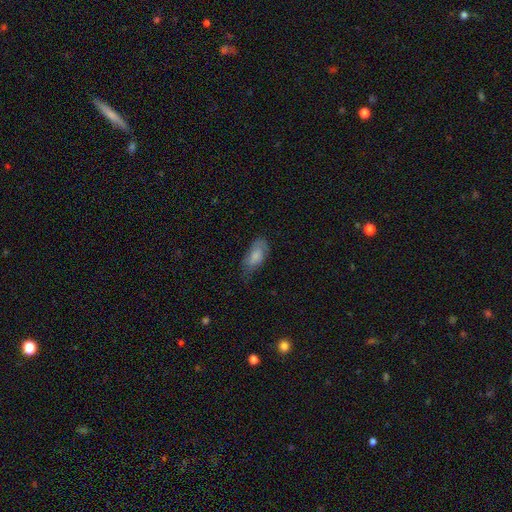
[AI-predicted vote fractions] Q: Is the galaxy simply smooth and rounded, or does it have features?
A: smooth — 72%.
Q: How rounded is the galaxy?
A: in between — 89%.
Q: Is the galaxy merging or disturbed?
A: none — 54%.